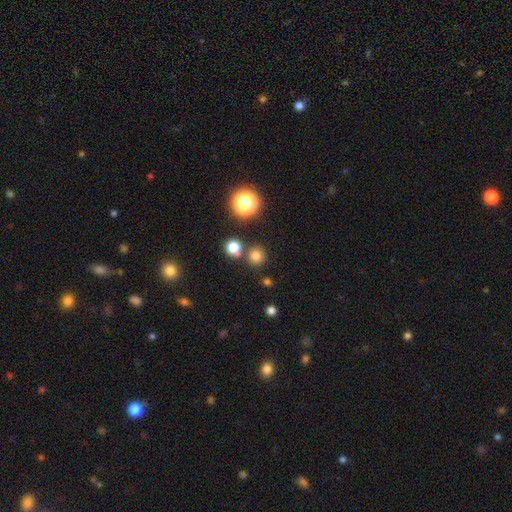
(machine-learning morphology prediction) Smooth or featured: smooth — 74% (star or artifact — 20%)
How rounded: round — 92% (in between — 7%)
Merging: none — 79% (merger — 12%)